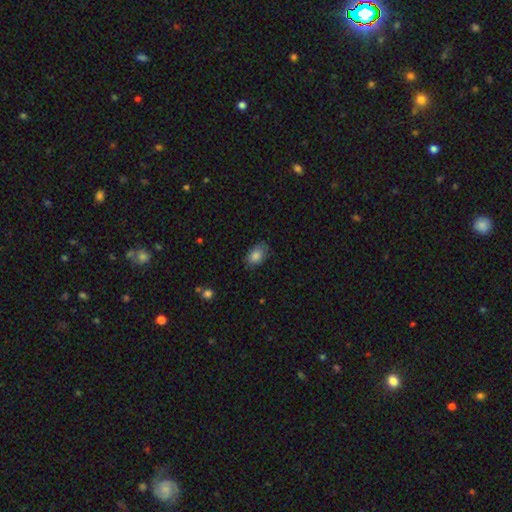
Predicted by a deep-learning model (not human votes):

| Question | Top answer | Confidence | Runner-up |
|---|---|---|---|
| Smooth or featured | smooth | 85% | star or artifact (9%) |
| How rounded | in between | 85% | round (13%) |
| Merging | none | 74% | minor disturbance (21%) |